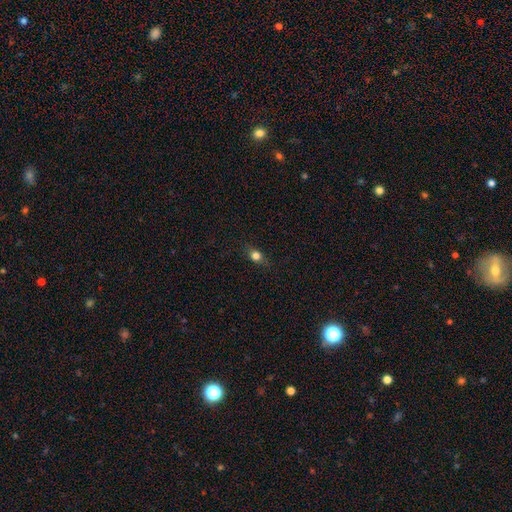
Smooth or featured?
  - smooth: 82% *
  - featured or disk: 13%
  - star or artifact: 5%
How rounded?
  - in between: 50% *
  - round: 47%
  - cigar-shaped: 3%
Merging?
  - none: 84% *
  - minor disturbance: 16%
  - major disturbance: 0%
  - merger: 0%